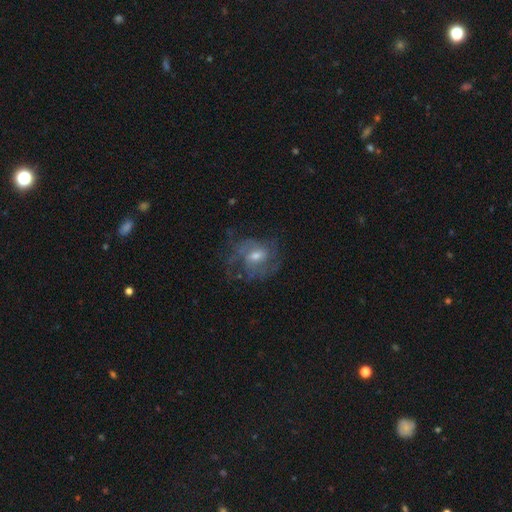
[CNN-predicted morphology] Smooth or featured?
  - featured or disk: 70% *
  - smooth: 20%
  - star or artifact: 10%
Edge-on disk?
  - no: 97% *
  - yes: 3%
Bar?
  - no: 50% *
  - weak: 42%
  - strong: 7%
Spiral arms?
  - yes: 78% *
  - no: 22%
Spiral winding?
  - medium: 44% *
  - tight: 35%
  - loose: 21%
Spiral arm count?
  - can't tell: 40% *
  - 2: 30%
  - 3: 16%
  - 1: 6%
  - 4: 5%
  - more than 4: 3%
Bulge size?
  - moderate: 55% *
  - small: 36%
  - large: 5%
  - none: 3%
  - dominant: 1%
Merging?
  - none: 57% *
  - minor disturbance: 21%
  - major disturbance: 20%
  - merger: 2%